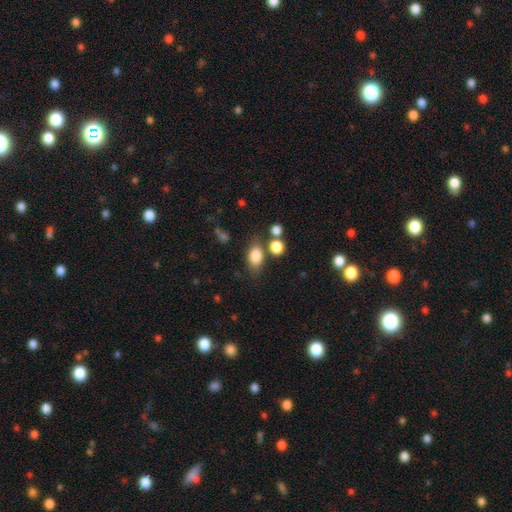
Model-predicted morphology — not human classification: Smooth or featured: smooth — 83% (star or artifact — 10%)
How rounded: in between — 79% (round — 18%)
Merging: none — 67% (minor disturbance — 16%)